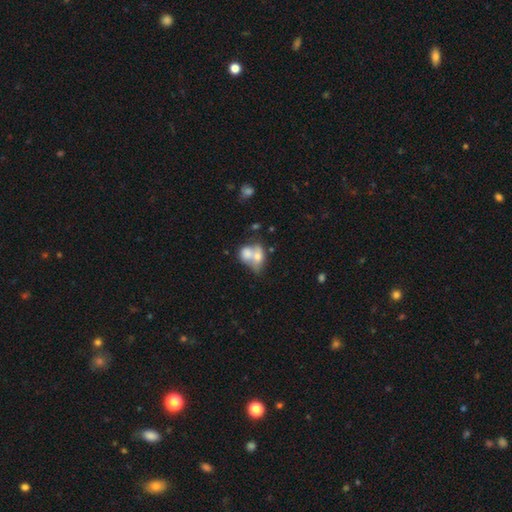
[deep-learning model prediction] smooth_or_featured: smooth (p=0.65) [alt: featured or disk p=0.26]
how_rounded: in between (p=0.60) [alt: round p=0.38]
merging: merger (p=0.72) [alt: none p=0.15]